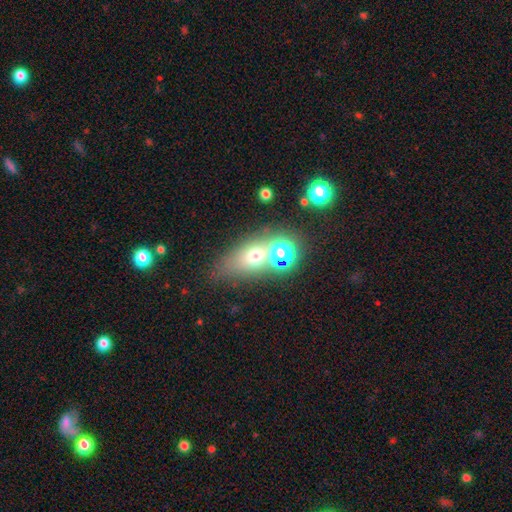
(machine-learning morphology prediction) smooth_or_featured: smooth (p=0.59) [alt: star or artifact p=0.21]
how_rounded: in between (p=0.58) [alt: round p=0.35]
merging: none (p=0.48) [alt: merger p=0.32]